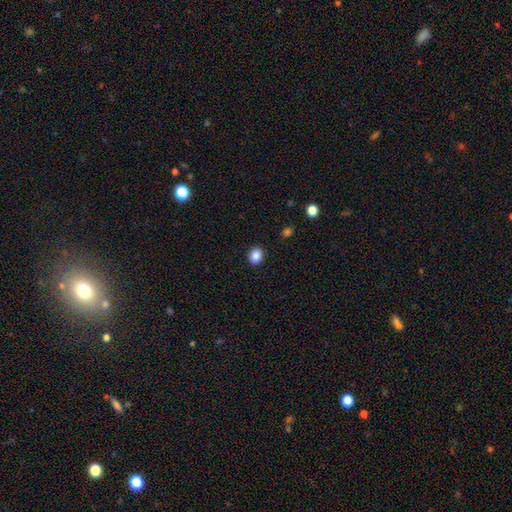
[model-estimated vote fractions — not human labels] smooth 87%, star or artifact 9%, featured or disk 3%. Down the decision tree: how rounded — round (52%); merging — none (90%).